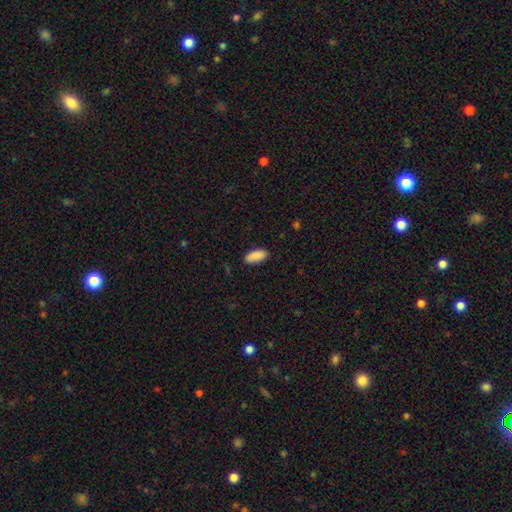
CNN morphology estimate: A smooth galaxy with no disk features (90%) that is in between round and cigar-shaped (88%). Merging: none (88%).